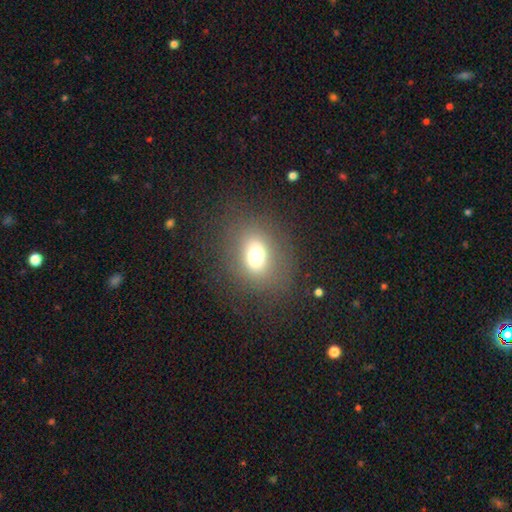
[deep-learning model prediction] This is likely a smooth galaxy (66%). How rounded: possibly round (51%). Merging: likely none (78%).